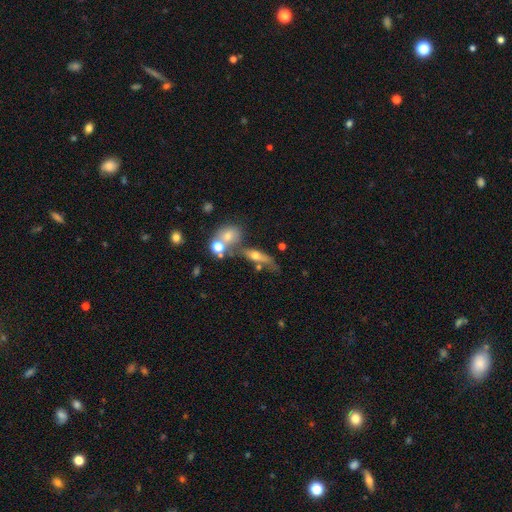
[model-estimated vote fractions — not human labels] A featured or disk galaxy (43%, tied with smooth). Merging: none (43%).